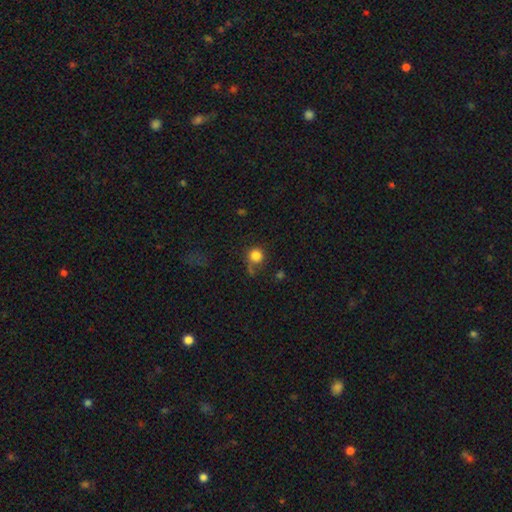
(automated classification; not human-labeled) A smooth galaxy with no disk features (82%) that is round (91%).

Vote fractions:
- Smooth or featured? smooth: 82% / star or artifact: 11% / featured or disk: 6%
- How rounded? round: 91% / in between: 8% / cigar-shaped: 1%
- Merging? none: 63% / minor disturbance: 20% / major disturbance: 10% / merger: 7%